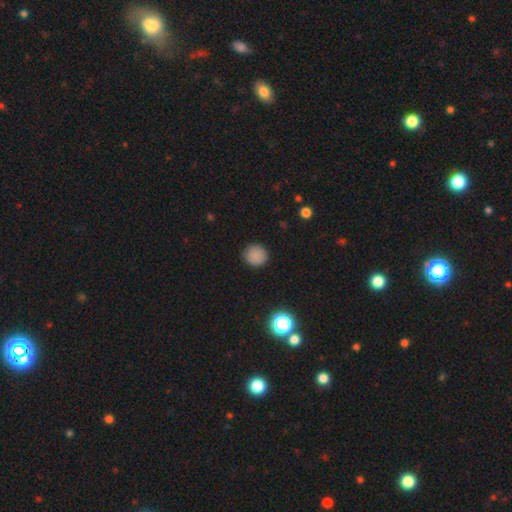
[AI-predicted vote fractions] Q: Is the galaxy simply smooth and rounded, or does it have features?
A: smooth — 84%.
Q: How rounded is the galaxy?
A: round — 93%.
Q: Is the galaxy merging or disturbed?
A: none — 90%.